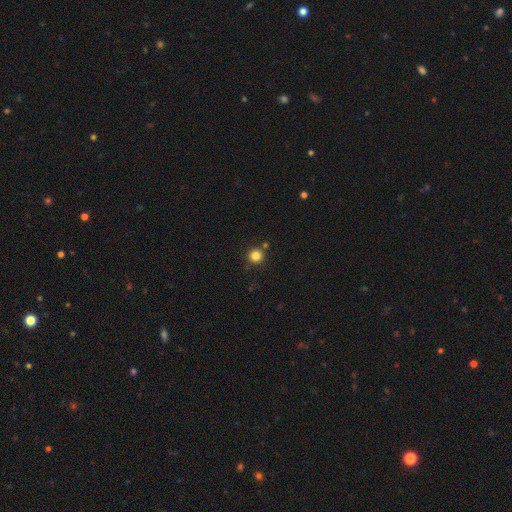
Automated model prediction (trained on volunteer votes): Smooth or featured? smooth (82%)
How rounded? round (94%)
Merging? none (83%)